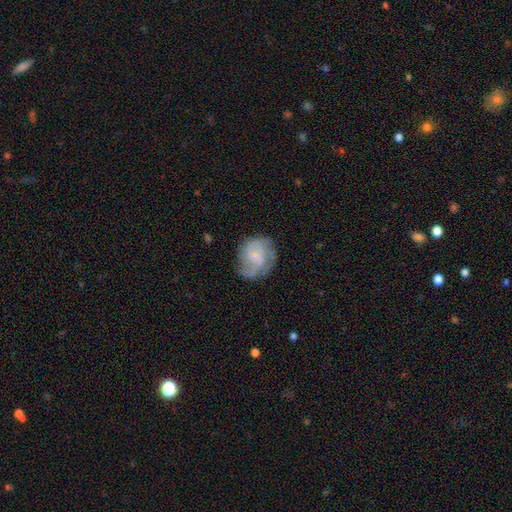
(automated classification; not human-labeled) Smooth or featured: featured or disk — 67% (smooth — 26%)
Edge-on disk: no — 98% (yes — 2%)
Bar: no — 60% (weak — 35%)
Spiral arms: yes — 88% (no — 12%)
Spiral winding: medium — 44% (tight — 33%)
Spiral arm count: 2 — 37% (can't tell — 26%)
Bulge size: small — 45% (none — 28%)
Merging: none — 64% (minor disturbance — 22%)